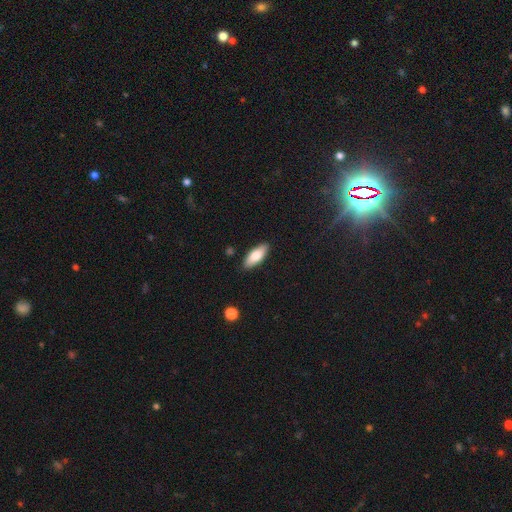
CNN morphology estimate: Smooth or featured? smooth (78%)
How rounded? in between (75%)
Merging? none (88%)